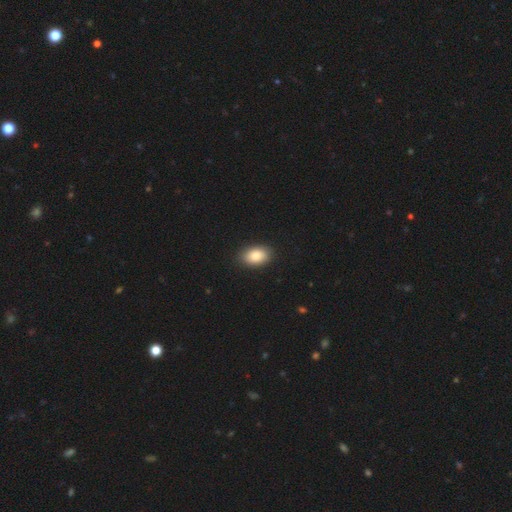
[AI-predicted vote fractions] Q: Smooth or featured?
A: smooth (86%); runner-up: featured or disk (7%)
Q: How rounded?
A: in between (89%); runner-up: round (9%)
Q: Merging?
A: none (88%); runner-up: minor disturbance (9%)